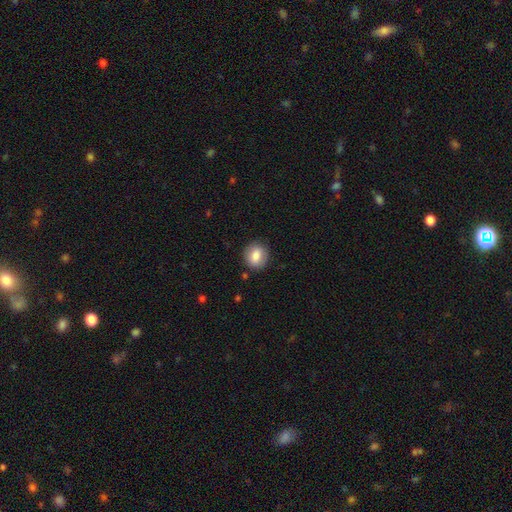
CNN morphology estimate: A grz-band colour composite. It shows a smooth galaxy with no disk features (82%) that is round (76%). Merging: none (88%).